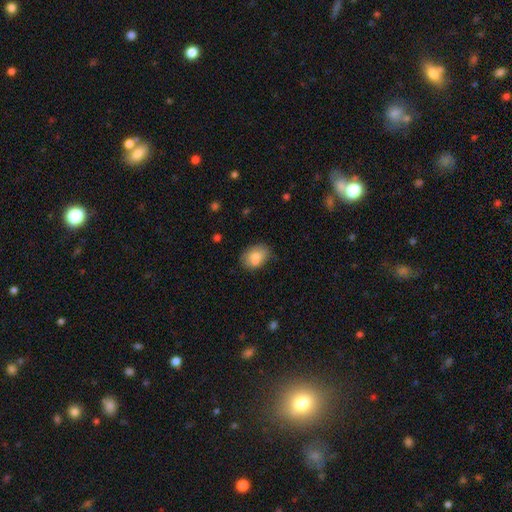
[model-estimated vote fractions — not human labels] smooth 75%, featured or disk 16%, star or artifact 8%. Down the decision tree: how rounded — in between (73%); merging — none (54%).